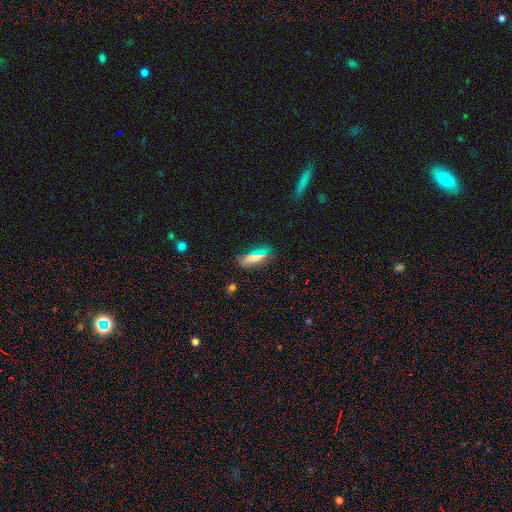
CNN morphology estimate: This is likely a smooth galaxy (66%). How rounded: likely in between (60%). Merging: clearly none (80%).